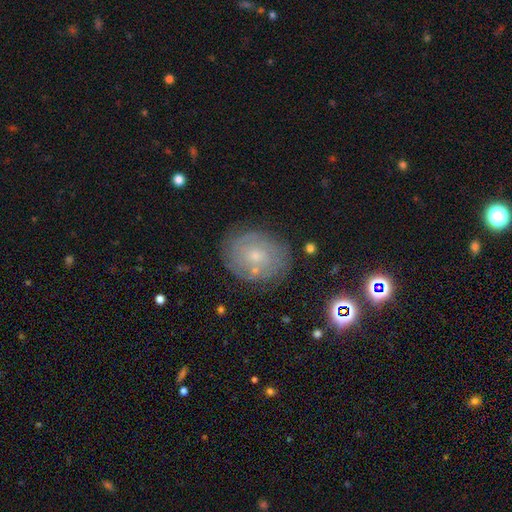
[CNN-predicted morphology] Overall: featured or disk (61%; smooth 29%). Edge-on disk: no (97%). Bar: no (77%). Spiral arms: yes (78%). Bulge size: small (62%; moderate 32%). Merging: none (77%).